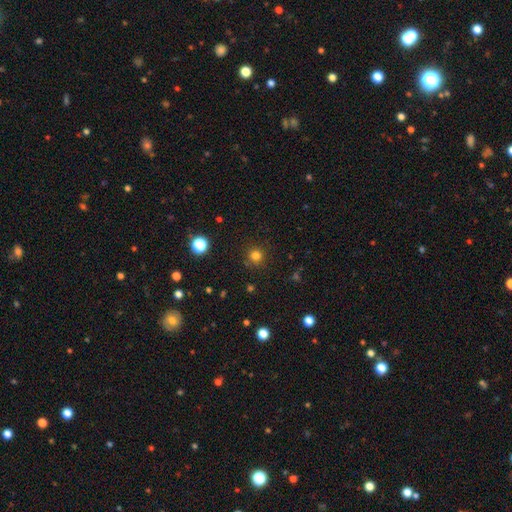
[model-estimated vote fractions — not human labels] This appears to be a smooth galaxy with no disk features (79%) that is round (95%). Merging: none (89%).